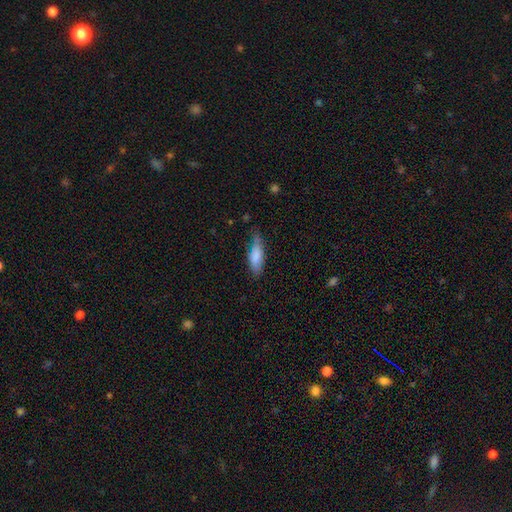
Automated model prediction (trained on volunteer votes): Morphology: type=smooth (81%); roundness=in between (61%); merging=none (66%).